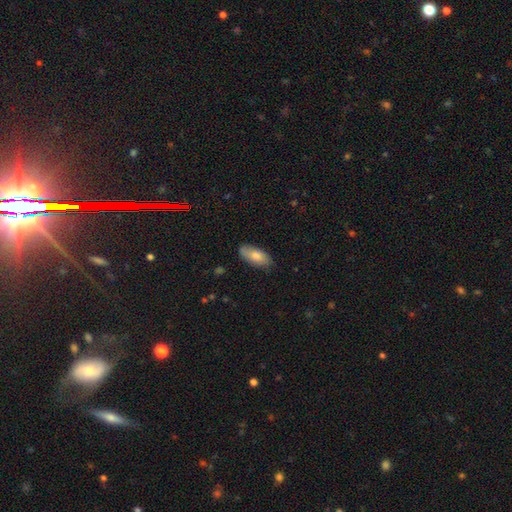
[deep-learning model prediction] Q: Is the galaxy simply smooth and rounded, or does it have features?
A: smooth — 77%.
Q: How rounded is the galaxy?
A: in between — 85%.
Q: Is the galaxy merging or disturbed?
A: none — 81%.